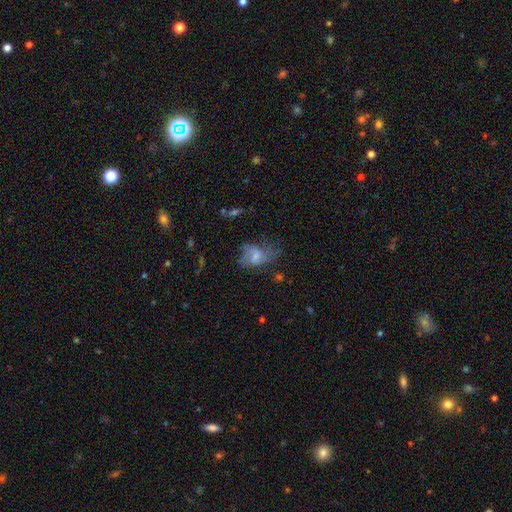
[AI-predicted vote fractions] Smooth or featured? smooth (47%)
Merging? major disturbance (35%, tied with none)